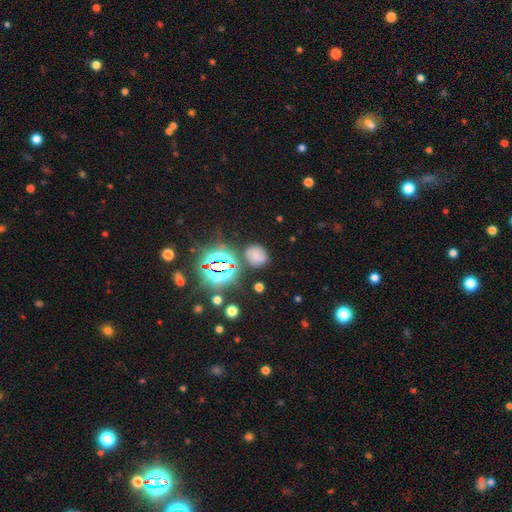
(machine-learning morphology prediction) This appears to be a smooth galaxy with no disk features (53%) that is round (71%). Merging: none (72%).